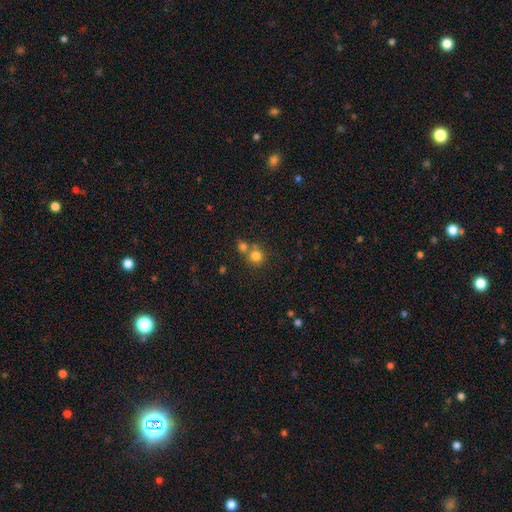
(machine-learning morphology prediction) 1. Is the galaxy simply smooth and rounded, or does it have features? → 79% smooth, 13% star or artifact, 8% featured or disk.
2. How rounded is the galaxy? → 89% round, 10% in between, 1% cigar-shaped.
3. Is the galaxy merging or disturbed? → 53% none, 38% merger, 7% minor disturbance, 3% major disturbance.